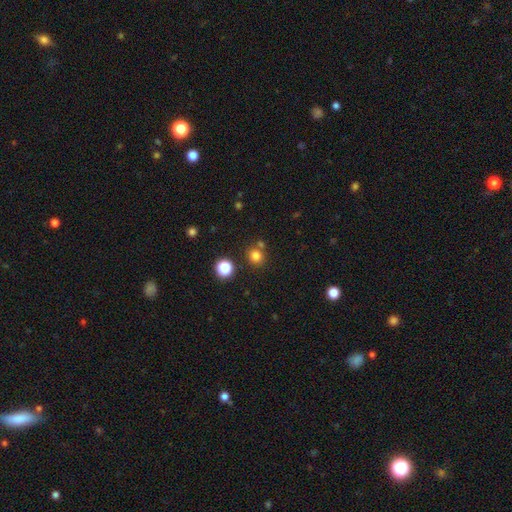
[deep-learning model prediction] smooth 77%, star or artifact 17%, featured or disk 6%. Down the decision tree: how rounded — round (88%); merging — none (75%).